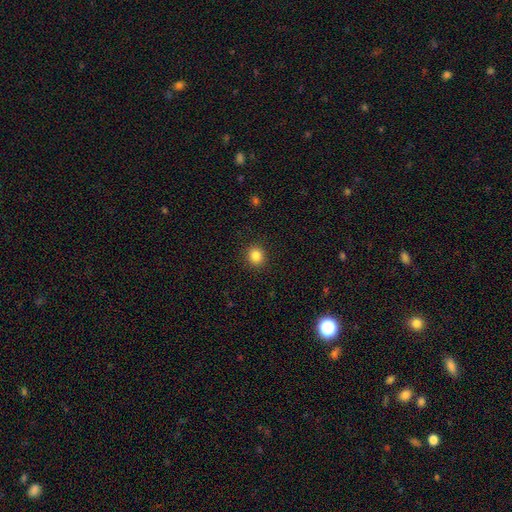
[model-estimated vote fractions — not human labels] Smooth or featured?
  - smooth: 84% *
  - star or artifact: 11%
  - featured or disk: 4%
How rounded?
  - round: 88% *
  - in between: 11%
  - cigar-shaped: 1%
Merging?
  - none: 92% *
  - minor disturbance: 5%
  - major disturbance: 2%
  - merger: 1%